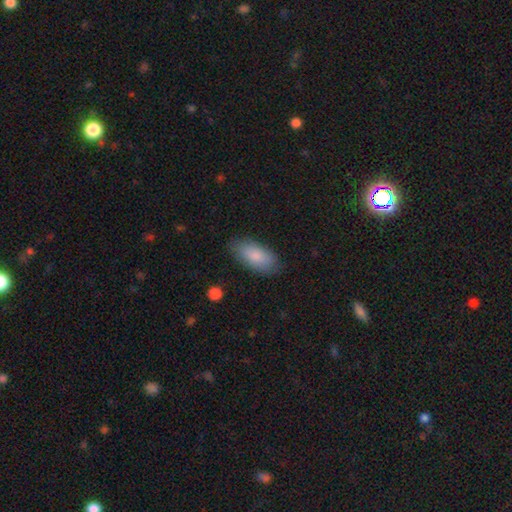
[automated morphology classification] Smooth or featured? Predicted: smooth (p=0.84). How rounded? Predicted: in between (p=0.90). Merging? Predicted: none (p=0.83).